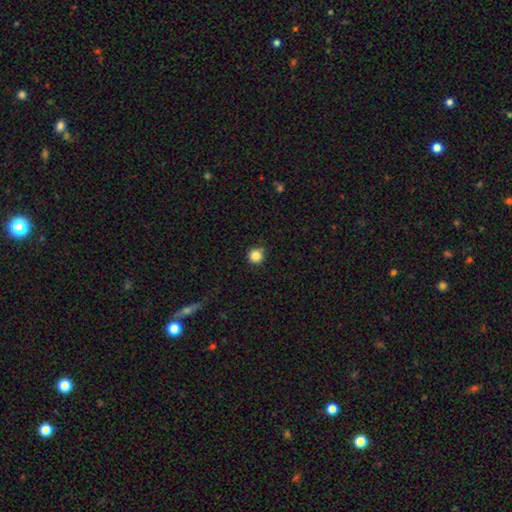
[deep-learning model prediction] The model was most divided on "smooth or featured": smooth: 85%, star or artifact: 11%, featured or disk: 4%. More confident: how rounded — round (95%); merging — none (87%).